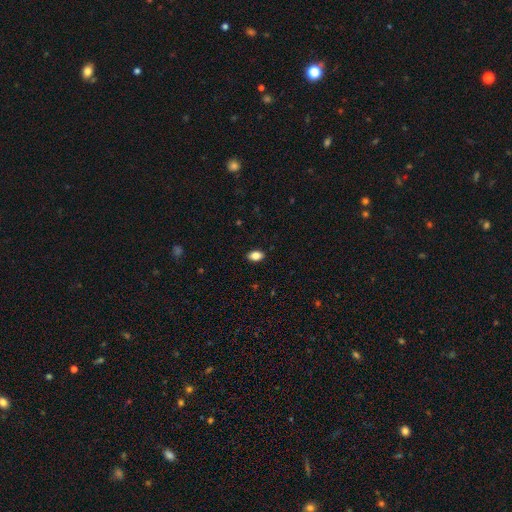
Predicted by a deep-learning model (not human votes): smooth 85%, star or artifact 9%, featured or disk 6%. Down the decision tree: how rounded — in between (87%); merging — none (89%).